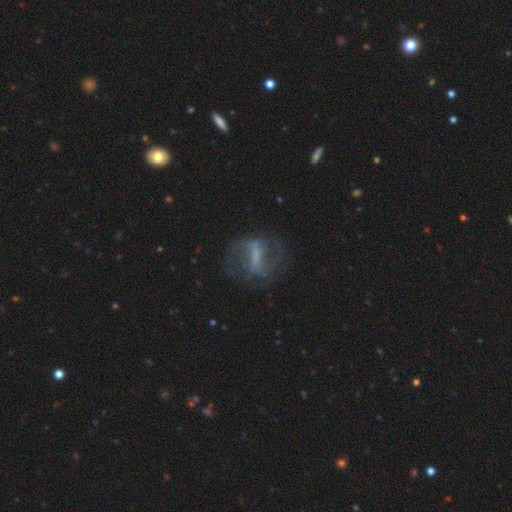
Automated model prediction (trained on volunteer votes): This is likely a featured or disk galaxy (71%). It is clearly not viewed edge-on (92%). Bar: possibly strong (57%). Spiral arm pattern: likely yes (75%). Central bulge: marginally none (44%). Merging: likely none (66%).